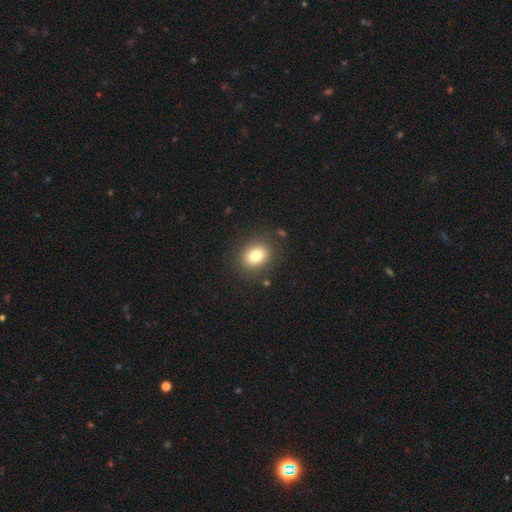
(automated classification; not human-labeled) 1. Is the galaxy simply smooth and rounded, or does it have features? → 80% smooth, 10% star or artifact, 9% featured or disk.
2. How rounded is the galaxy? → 54% round, 45% in between, 1% cigar-shaped.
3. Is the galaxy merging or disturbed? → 86% none, 9% minor disturbance, 3% major disturbance, 2% merger.